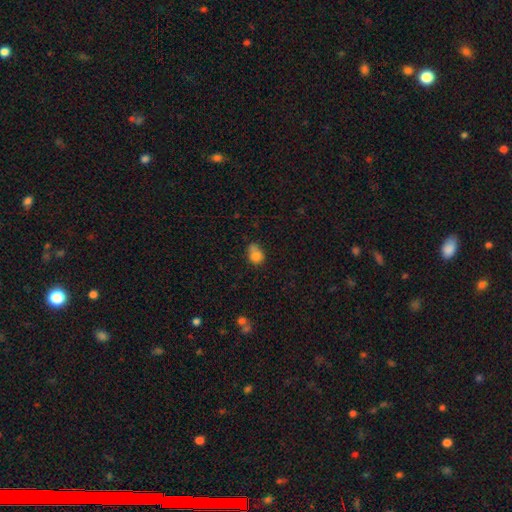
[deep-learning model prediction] Q: Smooth or featured?
A: smooth (79%); runner-up: star or artifact (11%)
Q: How rounded?
A: round (55%); runner-up: in between (43%)
Q: Merging?
A: none (38%); runner-up: minor disturbance (30%)